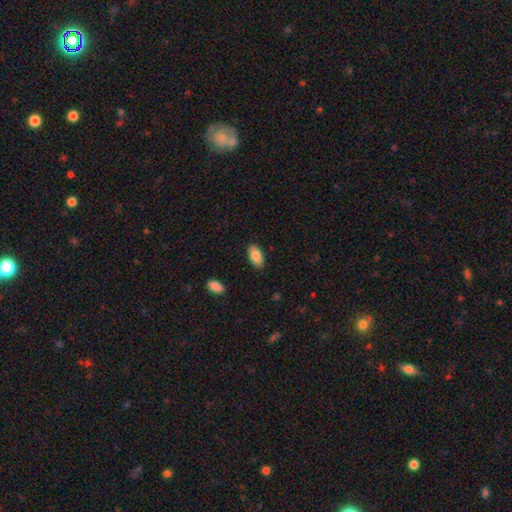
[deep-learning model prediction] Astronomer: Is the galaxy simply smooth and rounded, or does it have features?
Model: smooth — 84%.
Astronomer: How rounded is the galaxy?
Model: in between — 94%.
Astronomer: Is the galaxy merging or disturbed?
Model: none — 88%.